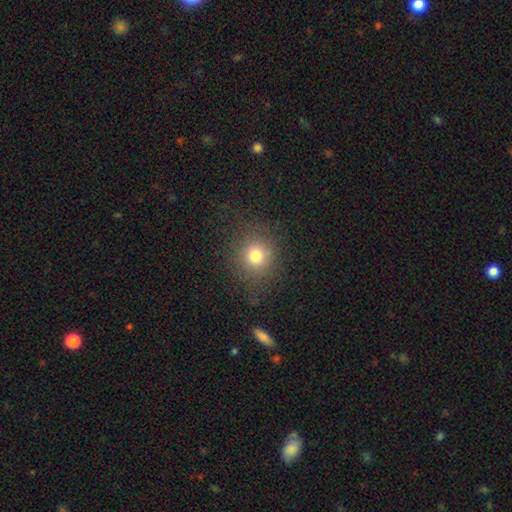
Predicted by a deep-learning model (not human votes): smooth 77%, star or artifact 15%, featured or disk 8%. Down the decision tree: how rounded — round (88%); merging — none (83%).